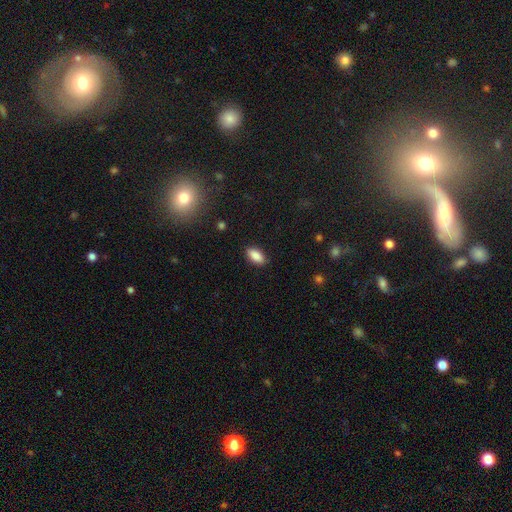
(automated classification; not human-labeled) Smooth or featured?
  - smooth: 87% *
  - star or artifact: 7%
  - featured or disk: 5%
How rounded?
  - in between: 90% *
  - cigar-shaped: 7%
  - round: 3%
Merging?
  - none: 87% *
  - minor disturbance: 9%
  - major disturbance: 2%
  - merger: 1%